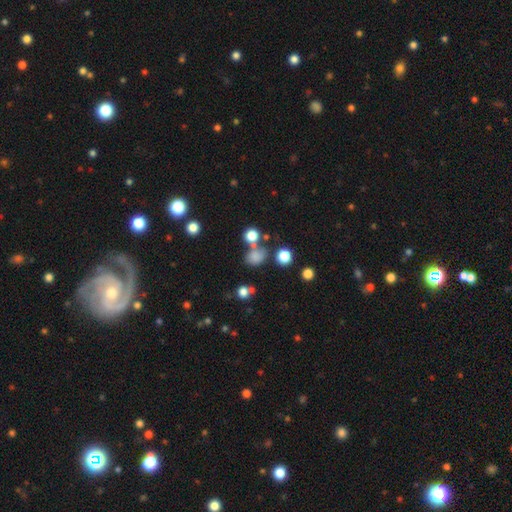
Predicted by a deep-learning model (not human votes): This appears to be a smooth galaxy with no disk features (73%) that is round (56%). Merging: none (52%).